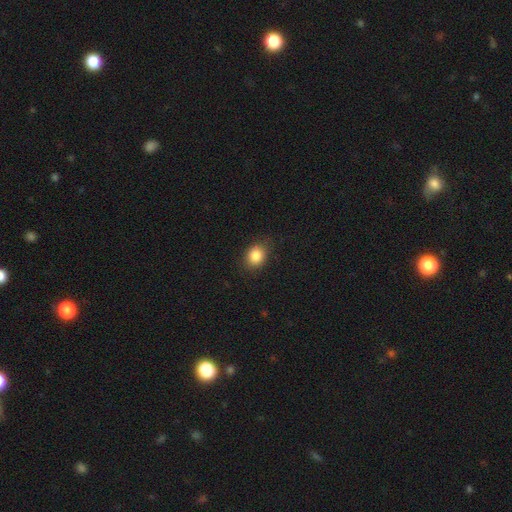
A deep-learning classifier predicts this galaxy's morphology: Smooth or featured? Predicted: smooth (p=0.85). How rounded? Predicted: in between (p=0.50). Merging? Predicted: none (p=0.82).